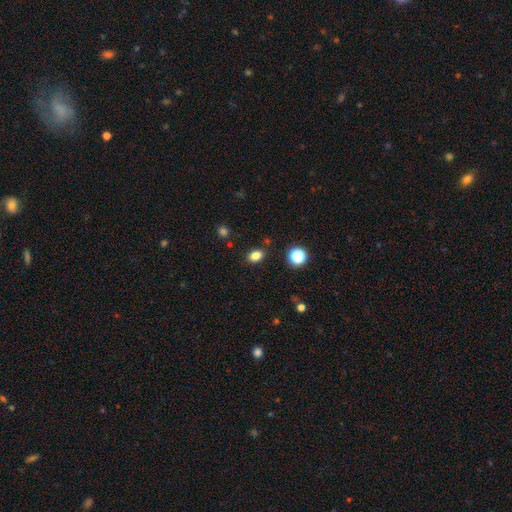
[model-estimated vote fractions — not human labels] A smooth galaxy with no disk features (82%) that is in between round and cigar-shaped (72%). Merging: none (85%).